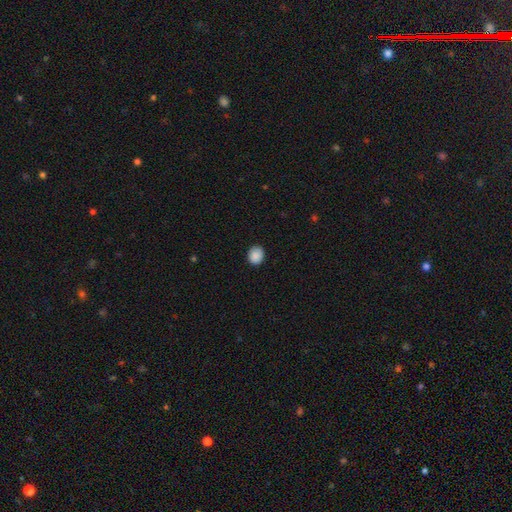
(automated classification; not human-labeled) Smooth or featured?
  - smooth: 89% *
  - star or artifact: 8%
  - featured or disk: 3%
How rounded?
  - round: 64% *
  - in between: 35%
  - cigar-shaped: 1%
Merging?
  - none: 89% *
  - minor disturbance: 9%
  - major disturbance: 2%
  - merger: 1%